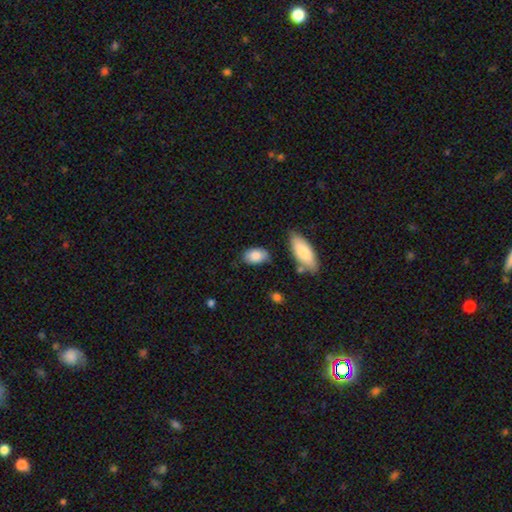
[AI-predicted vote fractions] Overall: smooth (87%). How rounded: in between (91%). Merging: none (73%).